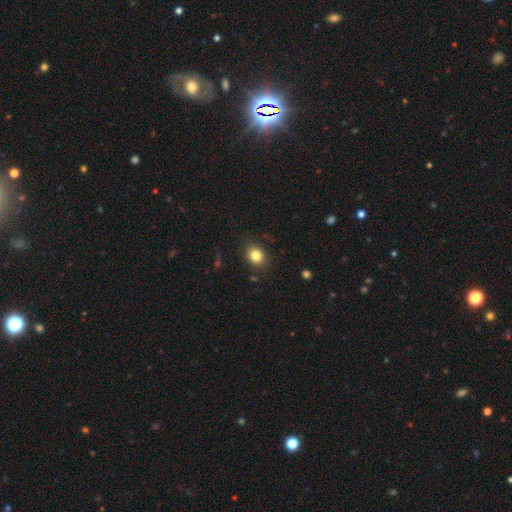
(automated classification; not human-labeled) smooth-or-featured: smooth: 84% | star or artifact: 10% | featured or disk: 6%
  how-rounded: round: 58% | in between: 41% | cigar-shaped: 1%
  merging: none: 86% | minor disturbance: 9% | major disturbance: 3% | merger: 1%